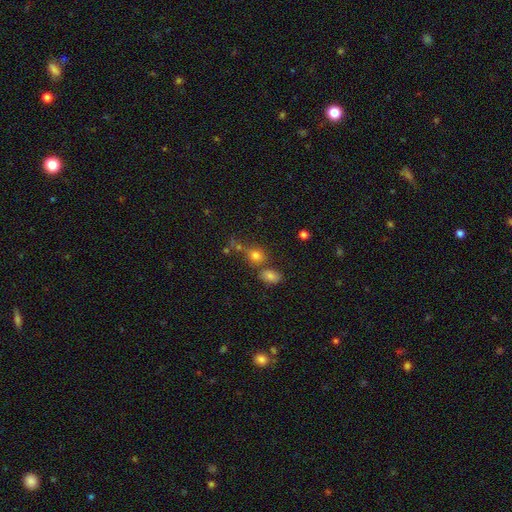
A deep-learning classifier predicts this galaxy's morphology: type=smooth (74%); roundness=round (63%); merging=none (53%).